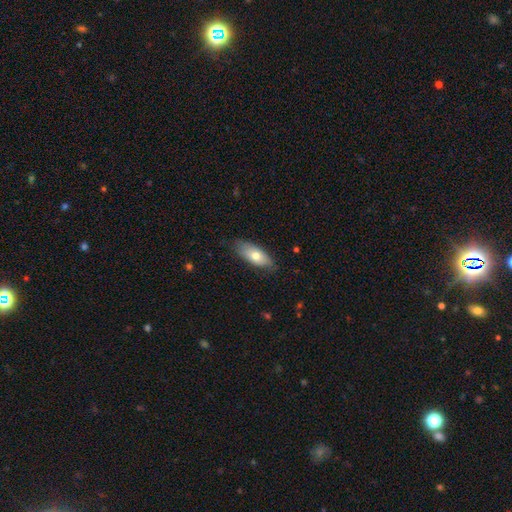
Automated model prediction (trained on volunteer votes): smooth-or-featured: smooth: 70% | featured or disk: 24% | star or artifact: 6%
  how-rounded: in between: 81% | cigar-shaped: 16% | round: 3%
  merging: none: 78% | minor disturbance: 18% | major disturbance: 3% | merger: 1%